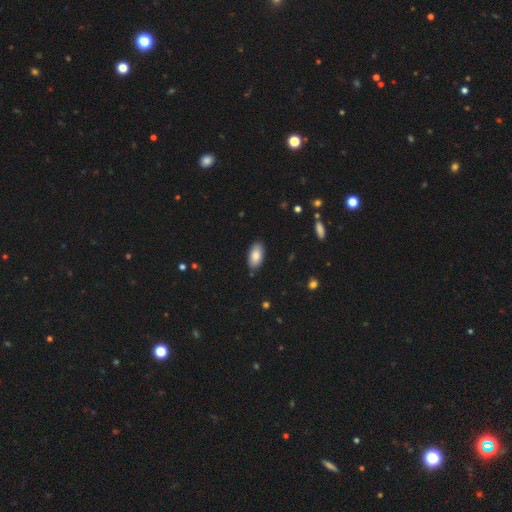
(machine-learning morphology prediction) type=smooth (85%); roundness=in between (94%); merging=none (86%).